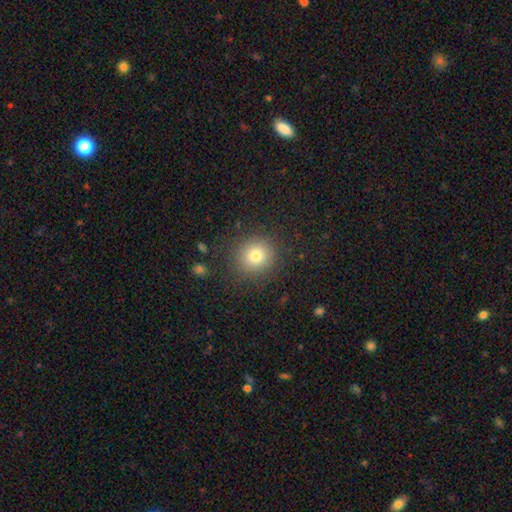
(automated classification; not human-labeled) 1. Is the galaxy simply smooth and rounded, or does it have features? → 78% smooth, 13% star or artifact, 9% featured or disk.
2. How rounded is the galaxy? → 88% round, 11% in between, 1% cigar-shaped.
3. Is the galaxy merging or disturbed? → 87% none, 8% minor disturbance, 4% major disturbance, 1% merger.